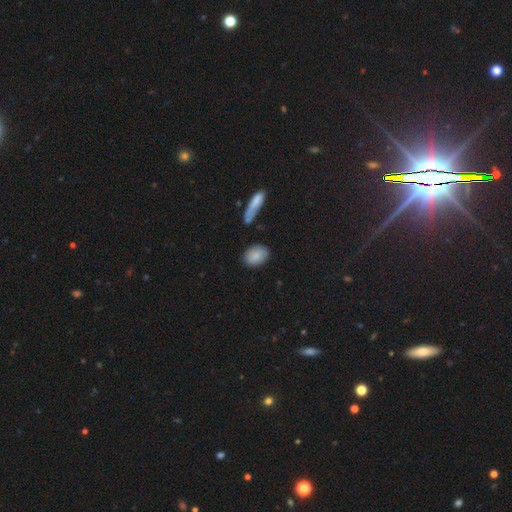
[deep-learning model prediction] Overall: smooth (84%). How rounded: in between (79%). Merging: none (80%).